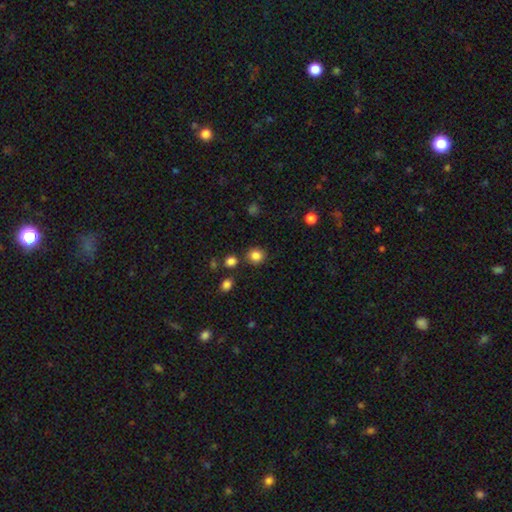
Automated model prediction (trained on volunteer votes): Smooth or featured?
  - smooth: 84% *
  - star or artifact: 11%
  - featured or disk: 5%
How rounded?
  - round: 85% *
  - in between: 14%
  - cigar-shaped: 1%
Merging?
  - none: 84% *
  - minor disturbance: 8%
  - merger: 5%
  - major disturbance: 3%